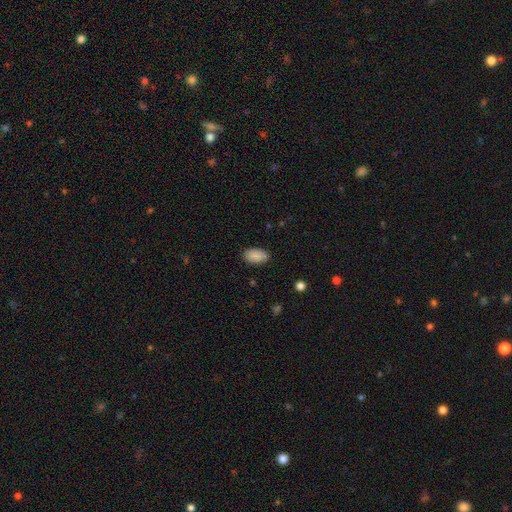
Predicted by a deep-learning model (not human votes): Smooth or featured: smooth — 89% (star or artifact — 7%)
How rounded: in between — 93% (round — 5%)
Merging: none — 84% (minor disturbance — 12%)